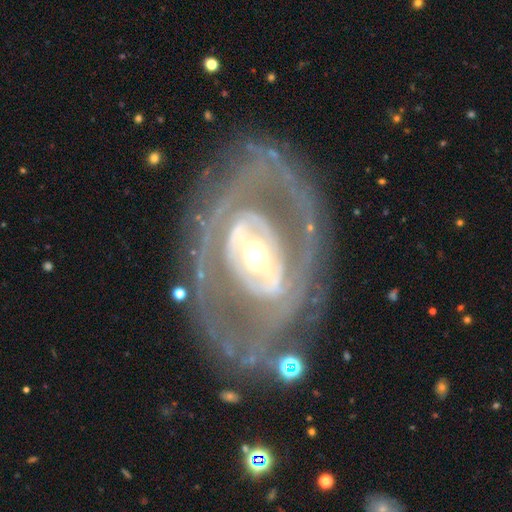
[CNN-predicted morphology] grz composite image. It shows a featured or disk galaxy (87%) with a strong bar (39%), 2 (59%) tight (46%) spiral arms (76%) and a moderate central bulge (59%). Merging: none (64%).